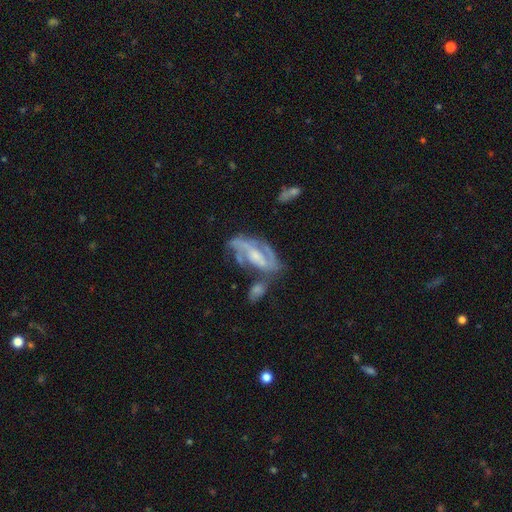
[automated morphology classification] Smooth or featured?
  - featured or disk: 84% *
  - smooth: 10%
  - star or artifact: 6%
Edge-on disk?
  - no: 94% *
  - yes: 6%
Bar?
  - weak: 43% *
  - no: 36%
  - strong: 21%
Spiral arms?
  - yes: 92% *
  - no: 8%
Spiral winding?
  - medium: 50% *
  - tight: 30%
  - loose: 21%
Spiral arm count?
  - 2: 67% *
  - can't tell: 13%
  - 3: 11%
  - 1: 5%
  - 4: 2%
  - more than 4: 2%
Bulge size?
  - small: 41% *
  - moderate: 38%
  - none: 14%
  - large: 6%
  - dominant: 2%
Merging?
  - none: 42% *
  - merger: 23%
  - minor disturbance: 19%
  - major disturbance: 16%